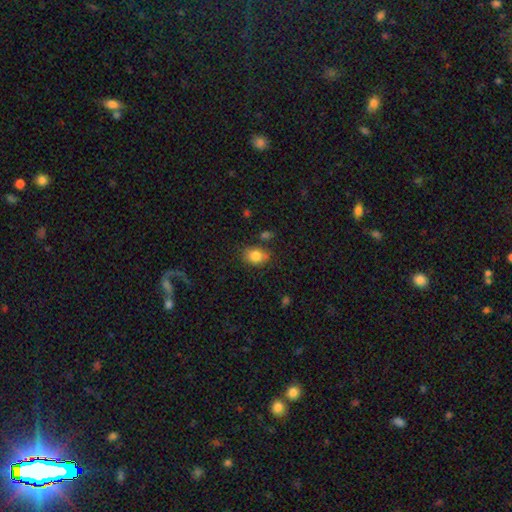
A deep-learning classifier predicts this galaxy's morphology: Smooth or featured: smooth — 83% (star or artifact — 10%)
How rounded: in between — 55% (round — 44%)
Merging: none — 72% (minor disturbance — 18%)